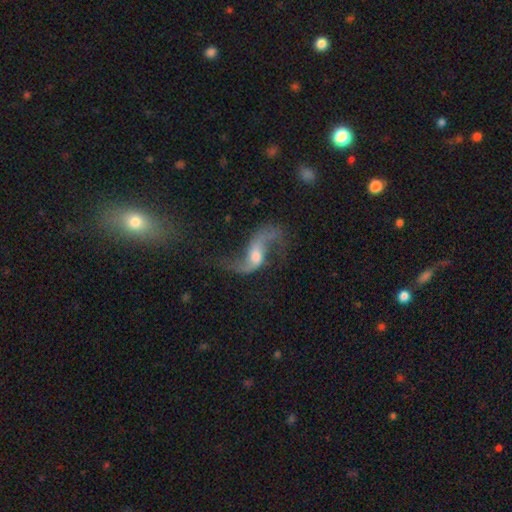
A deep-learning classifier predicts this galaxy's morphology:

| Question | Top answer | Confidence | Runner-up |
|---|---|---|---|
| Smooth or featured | featured or disk | 85% | smooth (8%) |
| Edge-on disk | no | 95% | yes (5%) |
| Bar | weak | 43% | no (41%) |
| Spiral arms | yes | 95% | no (5%) |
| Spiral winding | loose | 89% | medium (9%) |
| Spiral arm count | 2 | 92% | 1 (4%) |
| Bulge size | moderate | 52% | small (23%) |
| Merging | none | 57% | major disturbance (21%) |